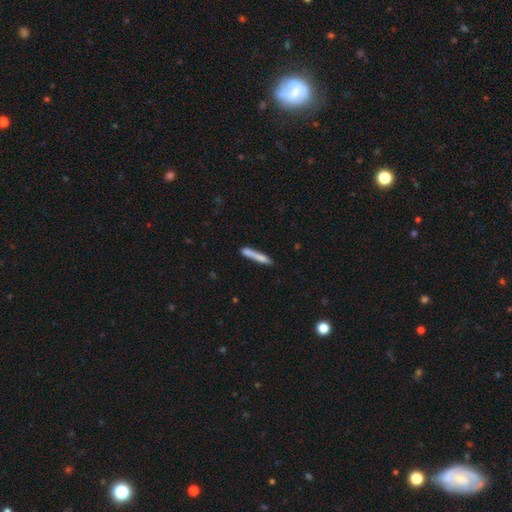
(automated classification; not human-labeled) Smooth or featured? Predicted: smooth (p=0.76). How rounded? Predicted: cigar-shaped (p=0.94). Merging? Predicted: none (p=0.74).